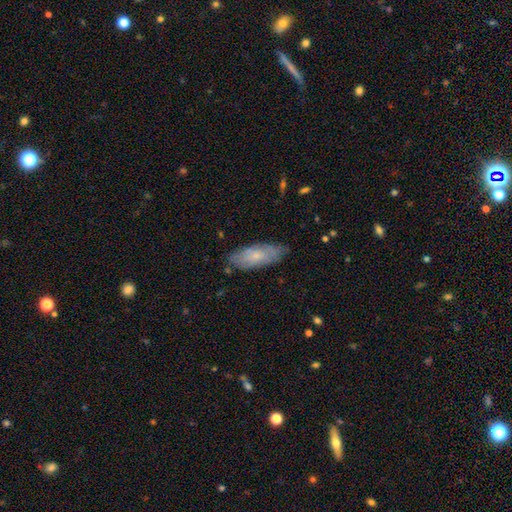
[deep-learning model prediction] Overall: smooth (65%; featured or disk 29%). How rounded: in between (71%). Merging: none (77%).